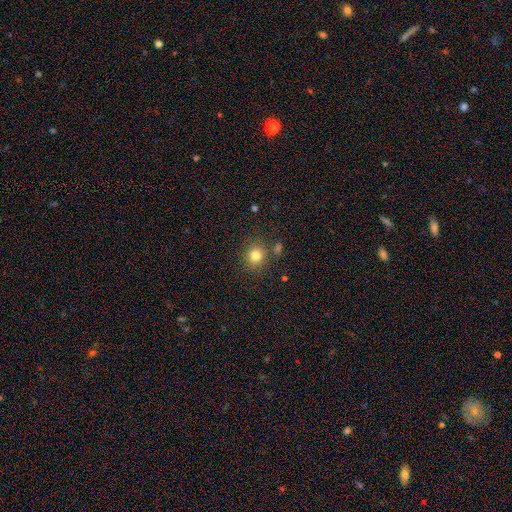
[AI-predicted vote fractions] Smooth or featured: smooth — 80% (star or artifact — 14%)
How rounded: round — 84% (in between — 16%)
Merging: none — 81% (minor disturbance — 9%)